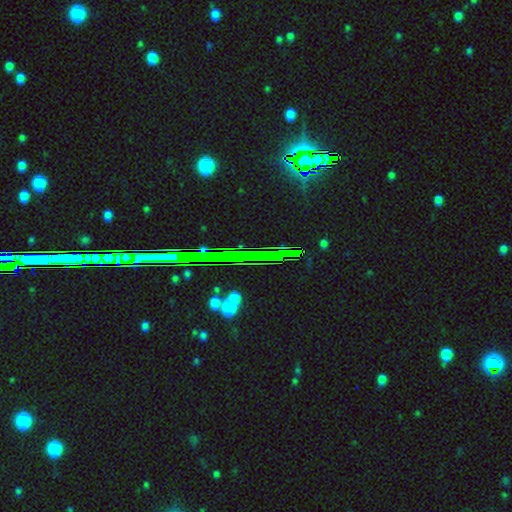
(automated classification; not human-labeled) smooth-or-featured: star or artifact: 69% | smooth: 17% | featured or disk: 14%